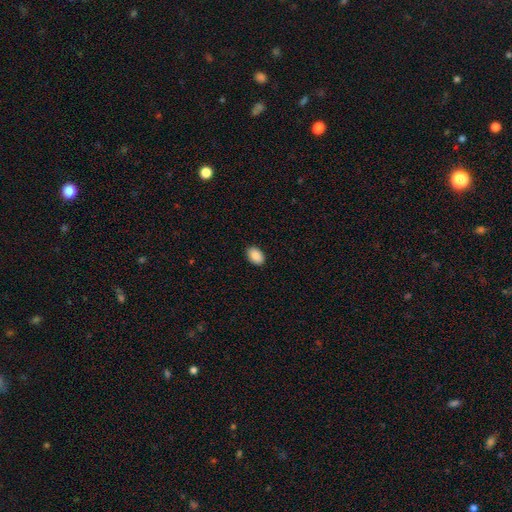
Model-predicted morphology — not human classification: smooth-or-featured: smooth: 89% | star or artifact: 7% | featured or disk: 4%
  how-rounded: in between: 87% | round: 12% | cigar-shaped: 1%
  merging: none: 90% | minor disturbance: 8% | major disturbance: 2% | merger: 1%